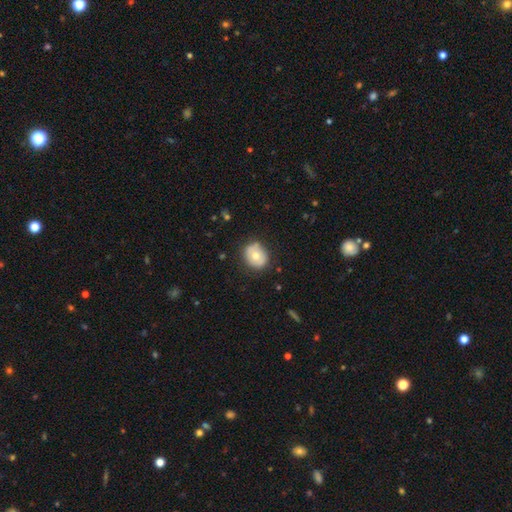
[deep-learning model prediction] Q: Smooth or featured?
A: smooth (63%); runner-up: featured or disk (29%)
Q: How rounded?
A: round (65%); runner-up: in between (34%)
Q: Merging?
A: none (78%); runner-up: minor disturbance (16%)